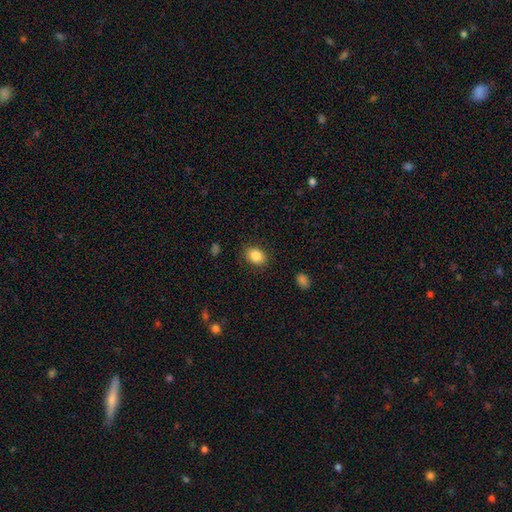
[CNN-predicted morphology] Smooth or featured? Predicted: smooth (p=0.86). How rounded? Predicted: in between (p=0.71). Merging? Predicted: none (p=0.84).